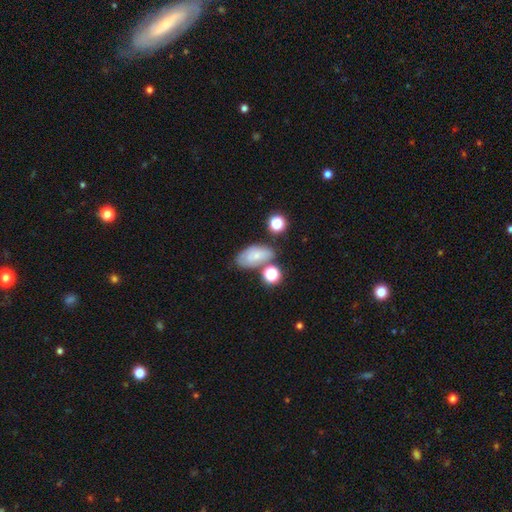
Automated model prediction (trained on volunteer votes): smooth-or-featured: smooth: 61% | featured or disk: 28% | star or artifact: 11%
  how-rounded: in between: 89% | round: 8% | cigar-shaped: 3%
  merging: none: 56% | minor disturbance: 21% | merger: 15% | major disturbance: 8%